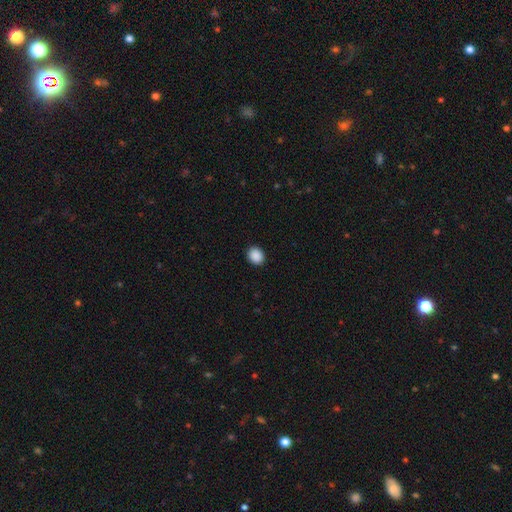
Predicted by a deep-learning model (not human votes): Q: Smooth or featured?
A: smooth (90%); runner-up: star or artifact (8%)
Q: How rounded?
A: round (62%); runner-up: in between (37%)
Q: Merging?
A: none (92%); runner-up: minor disturbance (6%)